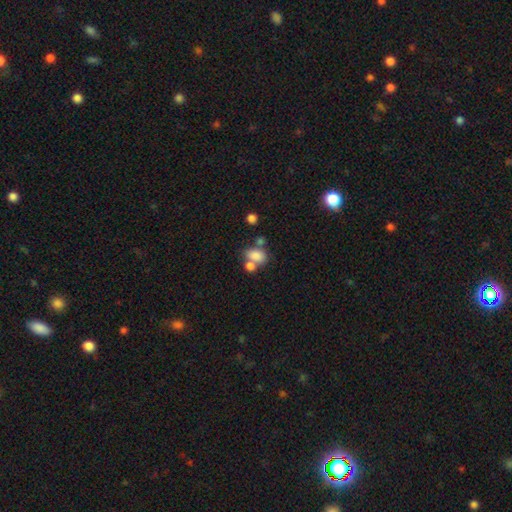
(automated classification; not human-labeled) smooth_or_featured: smooth (p=0.79) [alt: featured or disk p=0.11]
how_rounded: in between (p=0.77) [alt: round p=0.21]
merging: merger (p=0.43) [alt: none p=0.39]